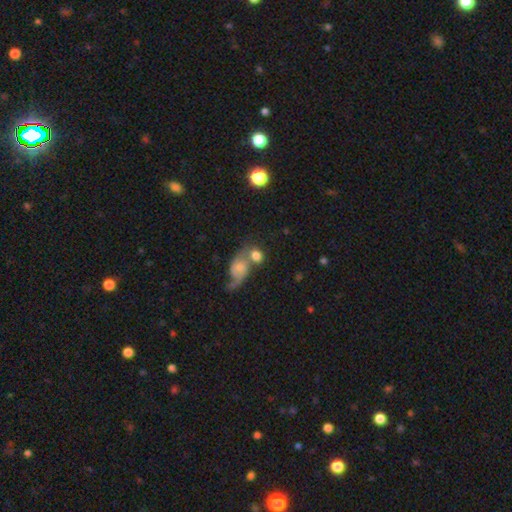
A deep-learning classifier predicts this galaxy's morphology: smooth-or-featured: smooth: 60% | featured or disk: 30% | star or artifact: 10%
  how-rounded: round: 63% | in between: 35% | cigar-shaped: 2%
  merging: merger: 52% | none: 30% | minor disturbance: 10% | major disturbance: 8%